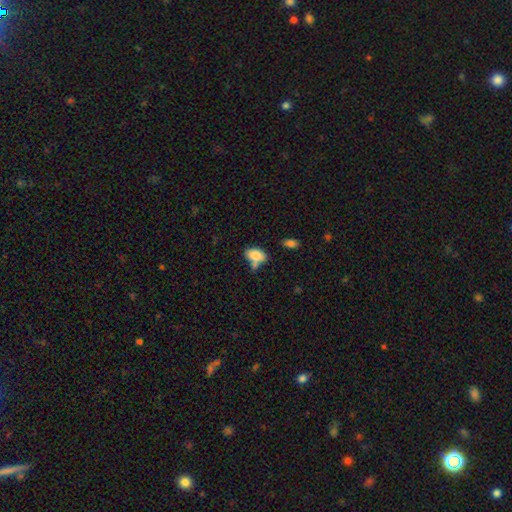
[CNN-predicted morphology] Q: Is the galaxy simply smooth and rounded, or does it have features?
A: smooth — 83%.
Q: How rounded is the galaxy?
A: in between — 90%.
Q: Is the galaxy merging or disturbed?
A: none — 47%.